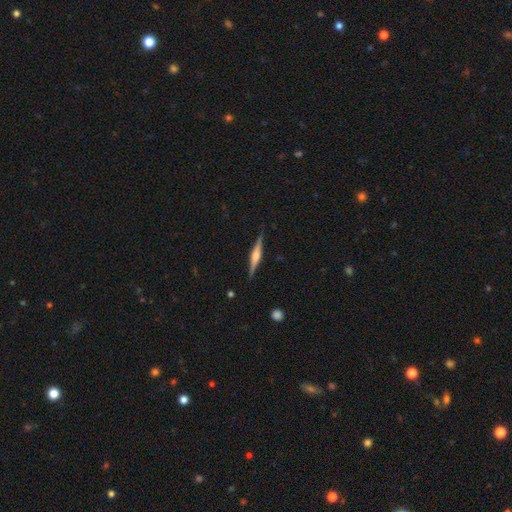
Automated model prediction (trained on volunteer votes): A featured or disk galaxy (76%) viewed edge-on (98%) with a rounded central bulge (77%). Merging: none (89%).